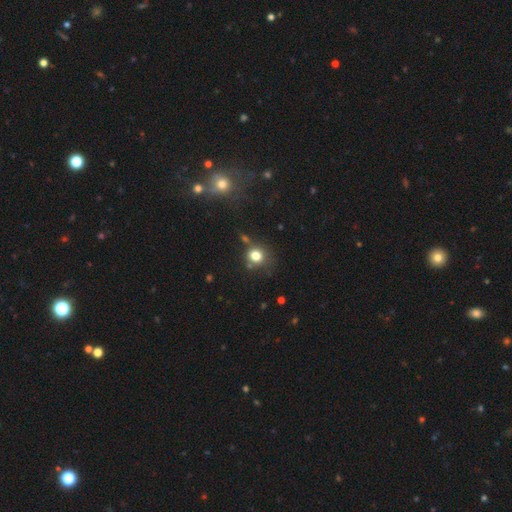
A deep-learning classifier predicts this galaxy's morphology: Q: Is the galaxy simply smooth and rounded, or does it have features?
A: smooth — 78%.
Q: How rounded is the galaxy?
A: round — 82%.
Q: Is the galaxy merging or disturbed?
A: none — 66%.